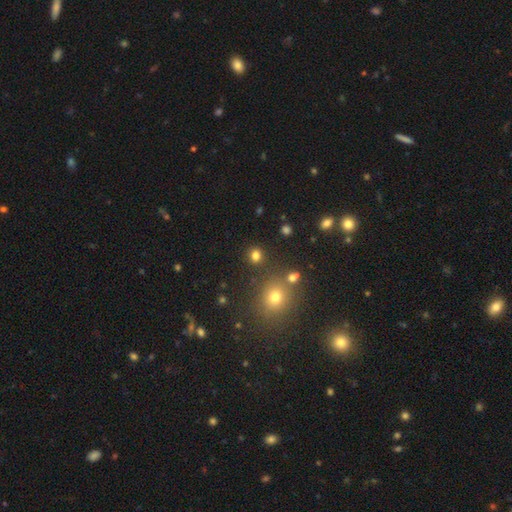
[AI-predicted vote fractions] This appears to be a smooth galaxy with no disk features (78%) that is round (87%). Merging: none (86%).